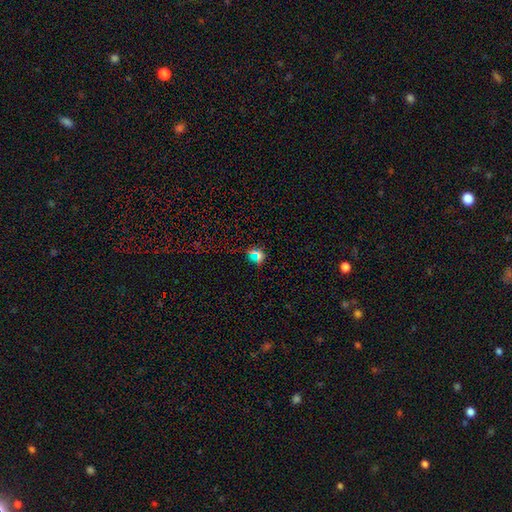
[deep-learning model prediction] Q: Smooth or featured?
A: star or artifact (46%); runner-up: smooth (44%)